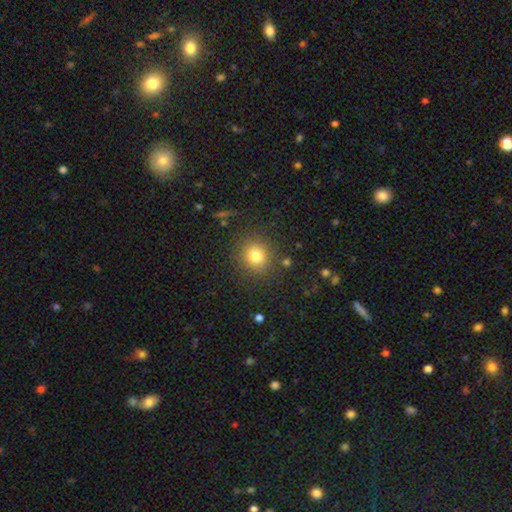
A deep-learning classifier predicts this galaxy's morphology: Q: Smooth or featured?
A: smooth (78%); runner-up: star or artifact (14%)
Q: How rounded?
A: round (88%); runner-up: in between (11%)
Q: Merging?
A: none (87%); runner-up: minor disturbance (8%)